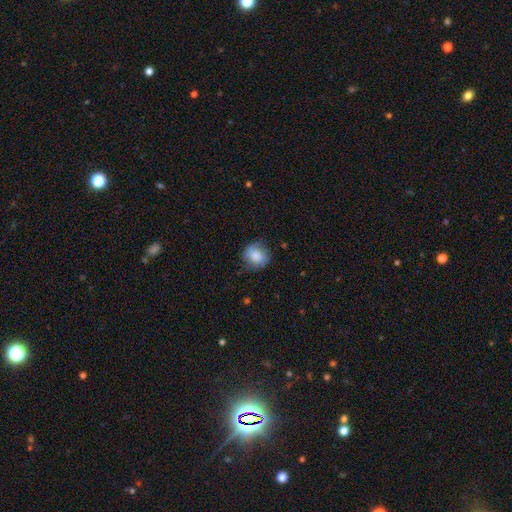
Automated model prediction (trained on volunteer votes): smooth-or-featured: smooth: 79% | featured or disk: 13% | star or artifact: 8%
  how-rounded: round: 77% | in between: 22% | cigar-shaped: 1%
  merging: none: 71% | minor disturbance: 22% | major disturbance: 6% | merger: 1%